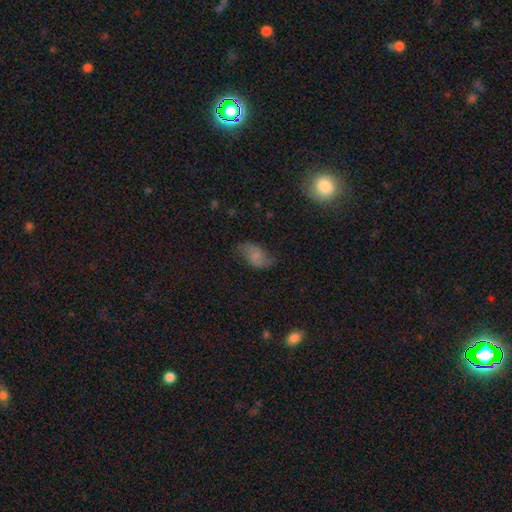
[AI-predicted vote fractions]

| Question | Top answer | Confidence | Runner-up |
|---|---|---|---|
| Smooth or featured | smooth | 45% | featured or disk (44%) |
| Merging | none | 62% | minor disturbance (24%) |